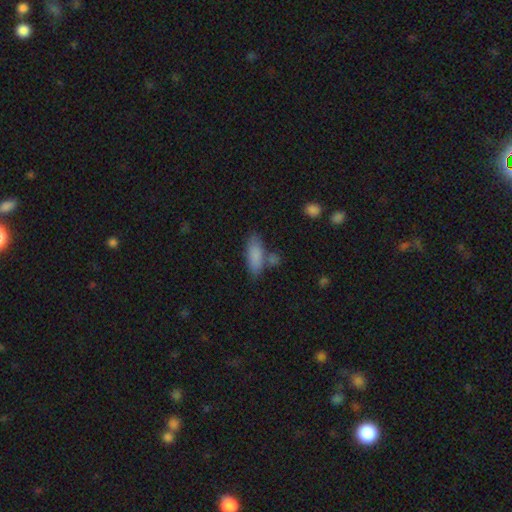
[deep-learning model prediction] Smooth or featured? Predicted: smooth (p=0.85). How rounded? Predicted: in between (p=0.71). Merging? Predicted: none (p=0.63).